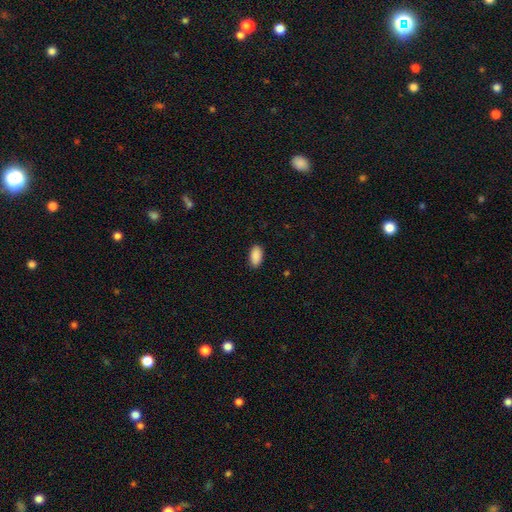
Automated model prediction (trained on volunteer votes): Smooth or featured? Predicted: smooth (p=0.91). How rounded? Predicted: in between (p=0.95). Merging? Predicted: none (p=0.88).